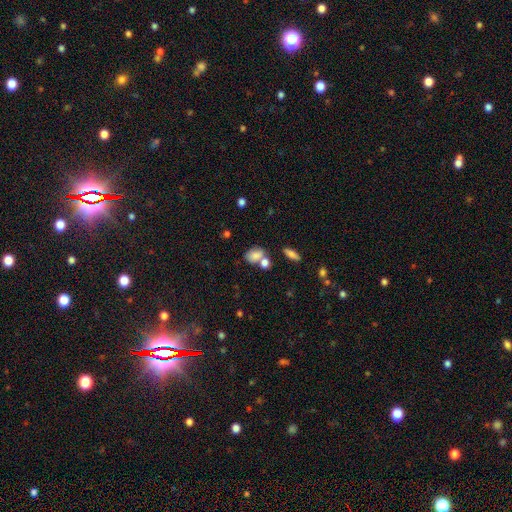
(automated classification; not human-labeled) Overall: smooth (79%). How rounded: in between (78%). Merging: none (46%; merger 32%).